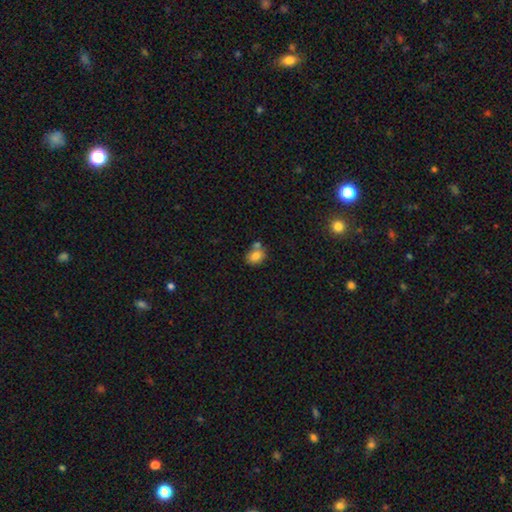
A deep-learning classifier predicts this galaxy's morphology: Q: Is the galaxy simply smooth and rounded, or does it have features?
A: smooth — 79%.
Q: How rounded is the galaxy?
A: round — 53%.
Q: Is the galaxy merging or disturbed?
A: none — 52%.